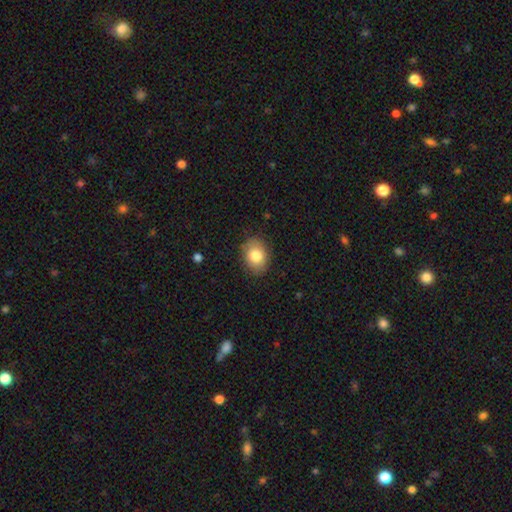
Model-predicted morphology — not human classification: A smooth galaxy with no disk features (81%) that is in between round and cigar-shaped (68%).

Vote fractions:
- Smooth or featured? smooth: 81% / featured or disk: 11% / star or artifact: 8%
- How rounded? in between: 68% / round: 31% / cigar-shaped: 1%
- Merging? none: 84% / minor disturbance: 12% / major disturbance: 3% / merger: 1%